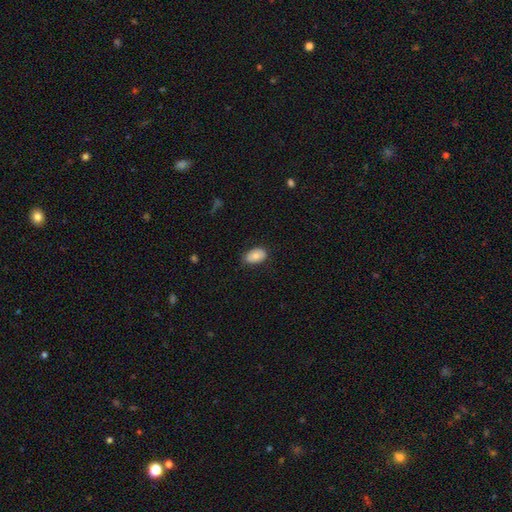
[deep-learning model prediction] Smooth or featured: smooth — 78% (featured or disk — 15%)
How rounded: in between — 89% (round — 10%)
Merging: none — 78% (minor disturbance — 18%)